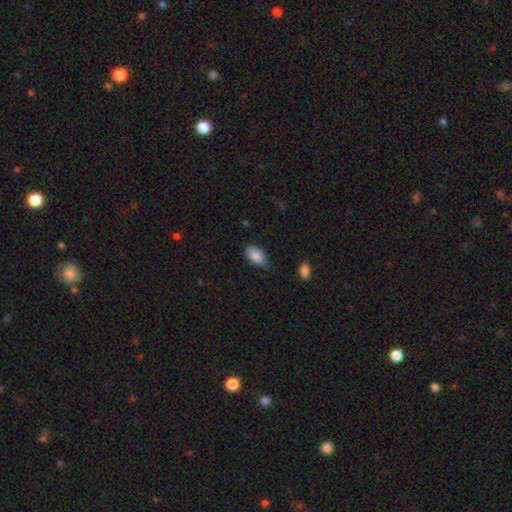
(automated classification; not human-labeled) Smooth or featured? Predicted: smooth (p=0.87). How rounded? Predicted: in between (p=0.93). Merging? Predicted: none (p=0.73).